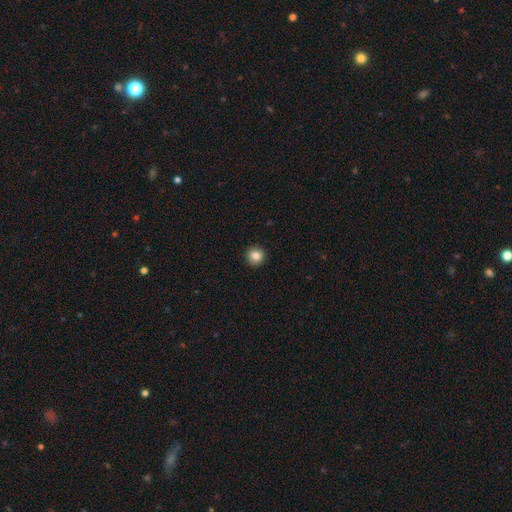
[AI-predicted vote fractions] Smooth or featured?
  - smooth: 84% *
  - star or artifact: 10%
  - featured or disk: 6%
How rounded?
  - round: 94% *
  - in between: 5%
  - cigar-shaped: 1%
Merging?
  - none: 93% *
  - minor disturbance: 5%
  - major disturbance: 1%
  - merger: 1%